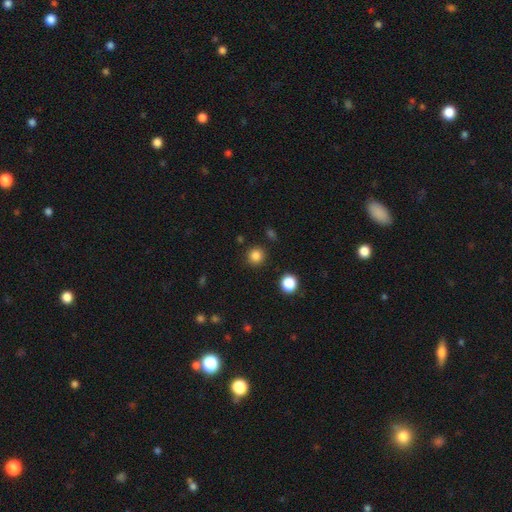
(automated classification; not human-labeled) smooth_or_featured: smooth (p=0.83) [alt: star or artifact p=0.13]
how_rounded: round (p=0.93) [alt: in between p=0.06]
merging: none (p=0.89) [alt: minor disturbance p=0.06]